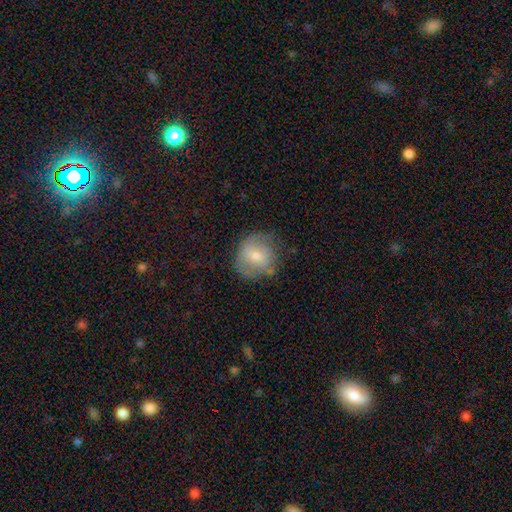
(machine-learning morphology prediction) smooth 56%, featured or disk 35%, star or artifact 9%. Down the decision tree: how rounded — round (82%); merging — none (64%).